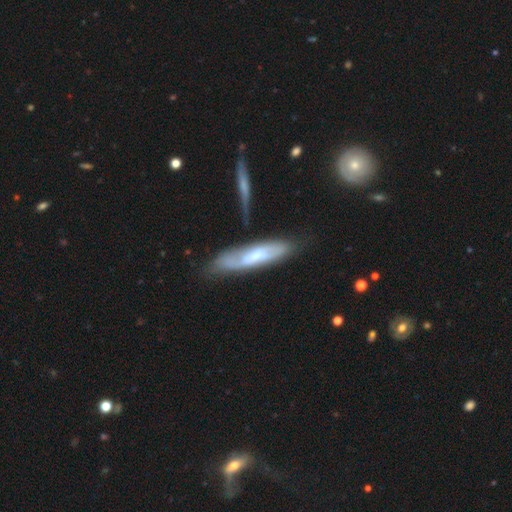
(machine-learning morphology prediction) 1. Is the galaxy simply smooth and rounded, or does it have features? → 52% featured or disk, 41% smooth, 6% star or artifact.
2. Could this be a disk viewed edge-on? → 62% no, 38% yes.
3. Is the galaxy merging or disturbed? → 61% none, 22% minor disturbance, 9% merger, 8% major disturbance.